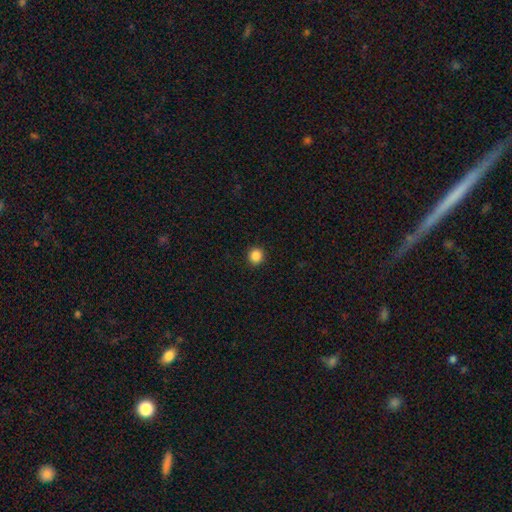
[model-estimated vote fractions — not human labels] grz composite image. It shows a smooth galaxy with no disk features (87%) that is round (92%). Merging: none (93%).